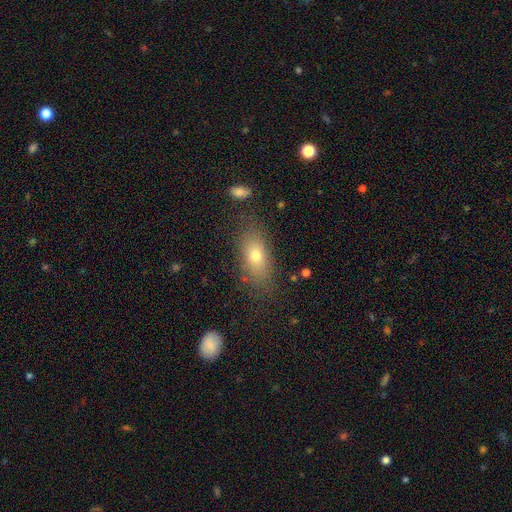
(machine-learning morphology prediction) A smooth galaxy with no disk features (72%) that is in between round and cigar-shaped (82%). Merging: none (78%).